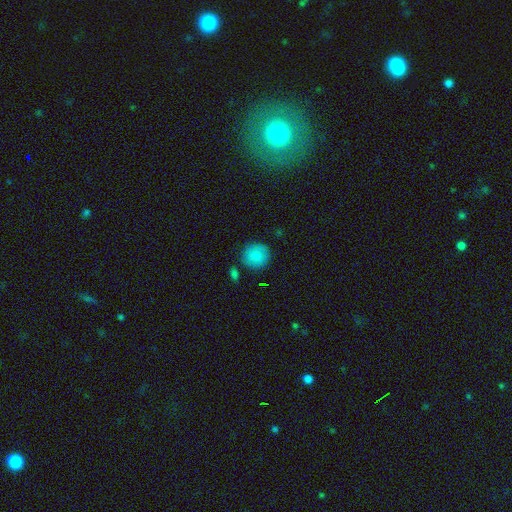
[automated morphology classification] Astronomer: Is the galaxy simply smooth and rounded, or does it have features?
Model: smooth — 87%.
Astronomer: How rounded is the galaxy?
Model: round — 92%.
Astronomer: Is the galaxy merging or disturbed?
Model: none — 83%.